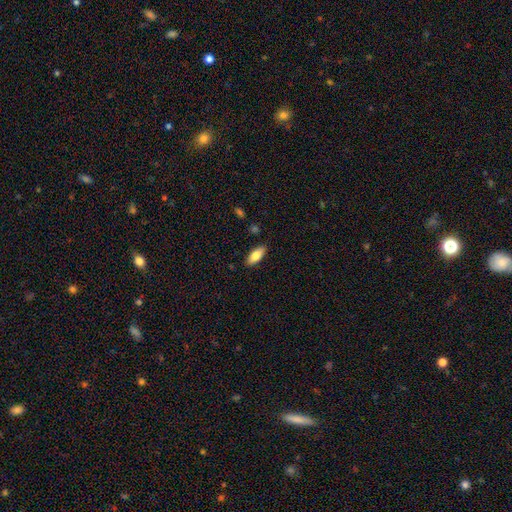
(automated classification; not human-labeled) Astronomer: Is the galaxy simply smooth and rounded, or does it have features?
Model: smooth — 77%.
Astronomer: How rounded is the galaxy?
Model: in between — 83%.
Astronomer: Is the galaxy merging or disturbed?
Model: none — 86%.